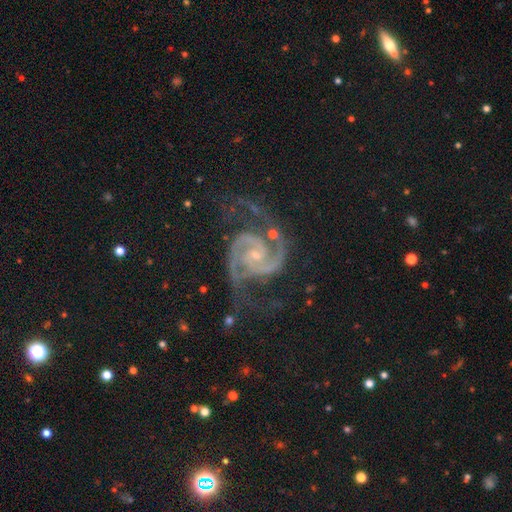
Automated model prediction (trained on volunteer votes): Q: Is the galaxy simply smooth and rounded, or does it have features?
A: featured or disk — 94%.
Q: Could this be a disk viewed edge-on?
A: no — 98%.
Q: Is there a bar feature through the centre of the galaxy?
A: no — 57%.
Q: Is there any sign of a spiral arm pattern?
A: yes — 99%.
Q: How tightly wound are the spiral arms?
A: medium — 56%.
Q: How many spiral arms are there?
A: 2 — 92%.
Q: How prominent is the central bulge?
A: small — 74%.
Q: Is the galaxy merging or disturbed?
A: none — 66%.